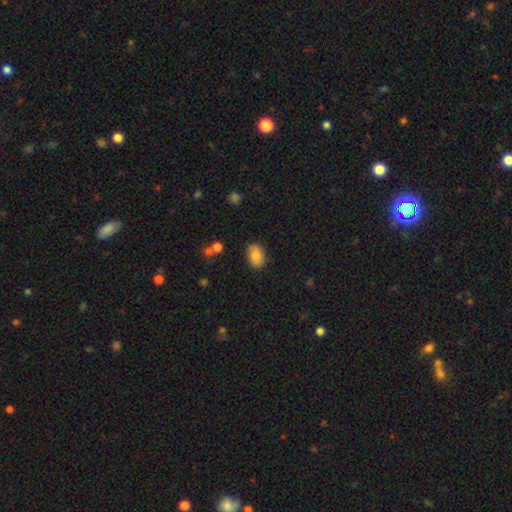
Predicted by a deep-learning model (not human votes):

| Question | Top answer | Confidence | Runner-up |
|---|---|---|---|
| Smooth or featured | smooth | 82% | featured or disk (10%) |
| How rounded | in between | 83% | round (15%) |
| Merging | none | 83% | minor disturbance (13%) |